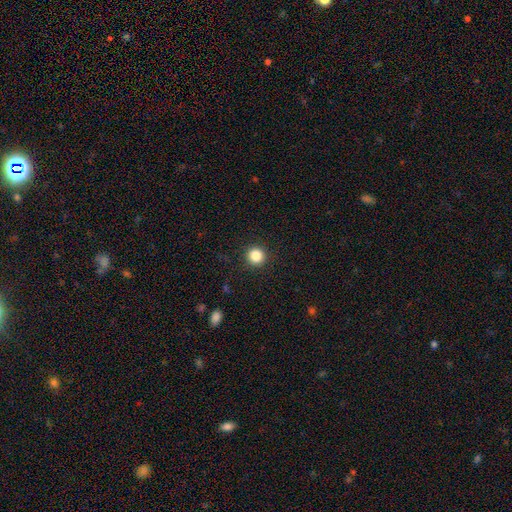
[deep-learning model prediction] The model was most divided on "smooth or featured": smooth: 85%, star or artifact: 11%, featured or disk: 4%. More confident: how rounded — round (95%); merging — none (92%).